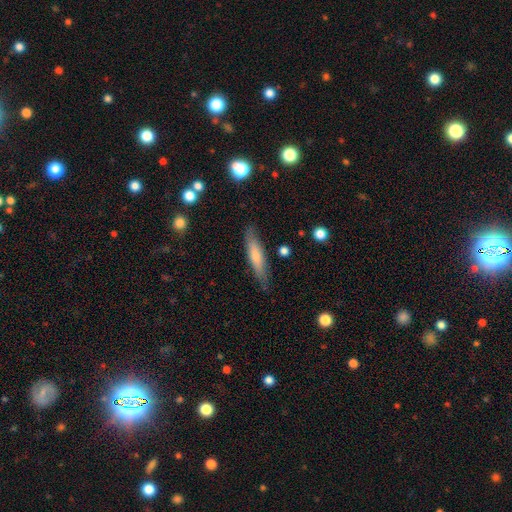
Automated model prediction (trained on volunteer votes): Q: Smooth or featured?
A: smooth (64%); runner-up: featured or disk (30%)
Q: How rounded?
A: cigar-shaped (83%); runner-up: in between (16%)
Q: Merging?
A: none (84%); runner-up: minor disturbance (12%)